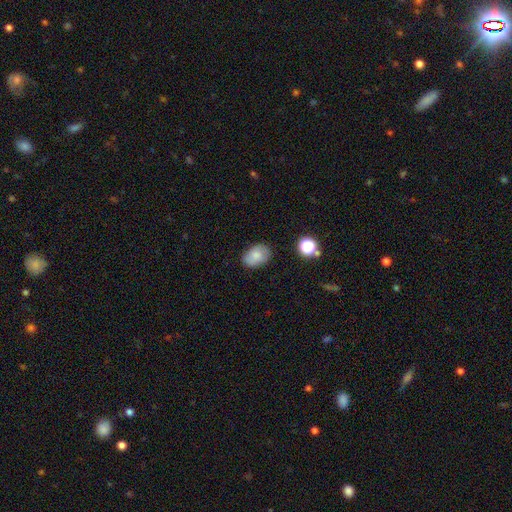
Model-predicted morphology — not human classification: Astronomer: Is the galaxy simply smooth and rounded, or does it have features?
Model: smooth — 77%.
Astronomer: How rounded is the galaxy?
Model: in between — 81%.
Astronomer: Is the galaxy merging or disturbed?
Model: none — 78%.